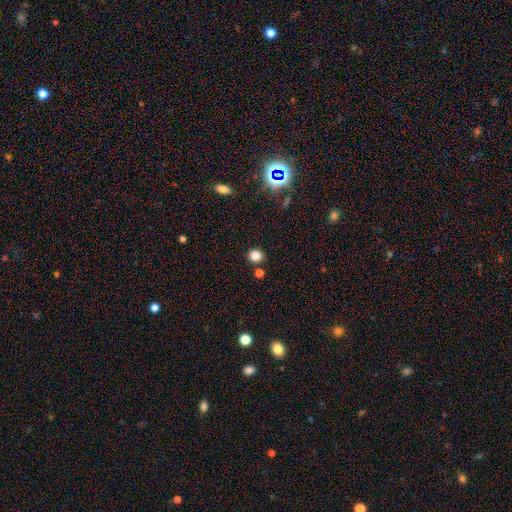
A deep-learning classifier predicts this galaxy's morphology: smooth 81%, star or artifact 14%, featured or disk 5%. Down the decision tree: how rounded — round (88%); merging — none (85%).